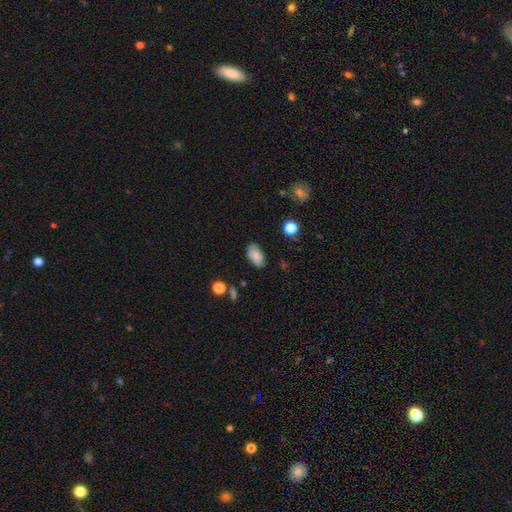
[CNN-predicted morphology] smooth 78%, featured or disk 13%, star or artifact 9%. Down the decision tree: how rounded — in between (93%); merging — none (74%).